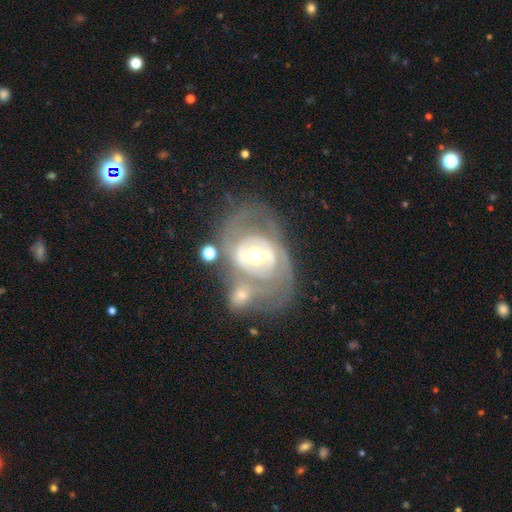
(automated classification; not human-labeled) featured or disk 82%, smooth 12%, star or artifact 6%. Down the decision tree: edge-on disk — no (96%); bar — weak (40%); spiral arms — yes (77%); spiral arm count — 2 (54%); spiral winding — tight (53%); bulge size — moderate (69%); merging — none (42%).